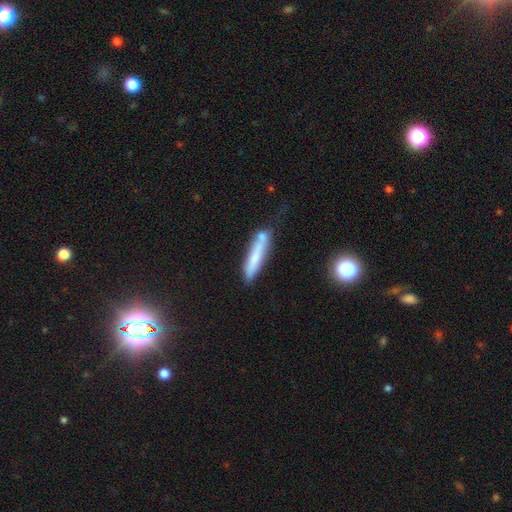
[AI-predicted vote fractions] A smooth galaxy with no disk features (63%) that is cigar-shaped (86%).

Vote fractions:
- Smooth or featured? smooth: 63% / featured or disk: 28% / star or artifact: 9%
- How rounded? cigar-shaped: 86% / in between: 12% / round: 2%
- Merging? none: 58% / minor disturbance: 20% / merger: 16% / major disturbance: 6%